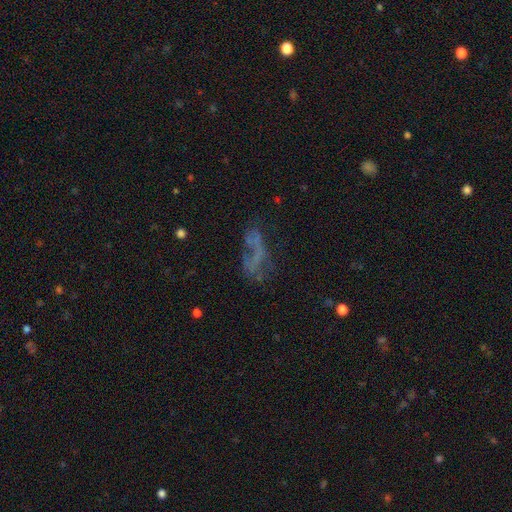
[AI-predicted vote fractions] A featured or disk galaxy (48%). Merging: none (41%).